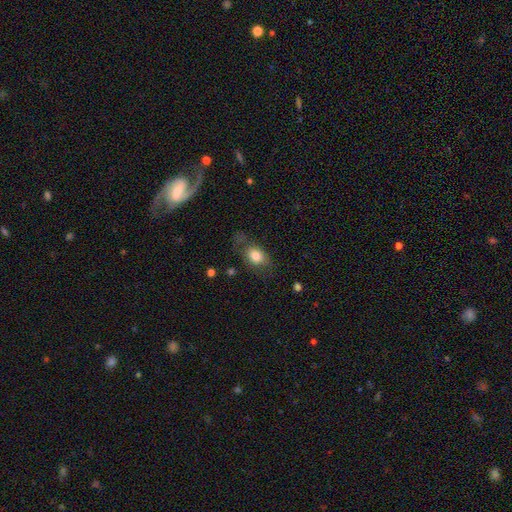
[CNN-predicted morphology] A smooth galaxy with no disk features (80%) that is in between round and cigar-shaped (74%). Merging: none (61%).